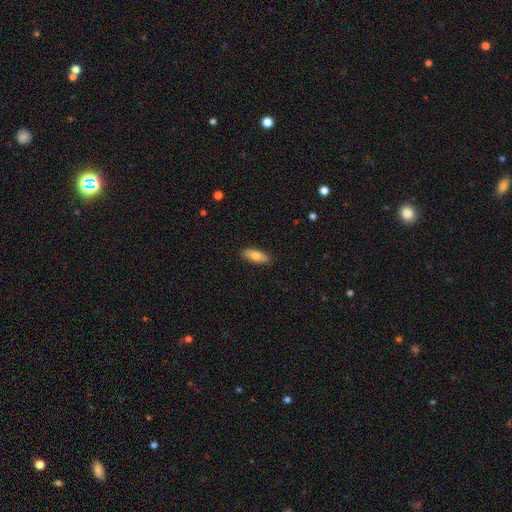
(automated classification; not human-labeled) This is likely a smooth galaxy (75%). How rounded: likely in between (77%). Merging: clearly none (87%).